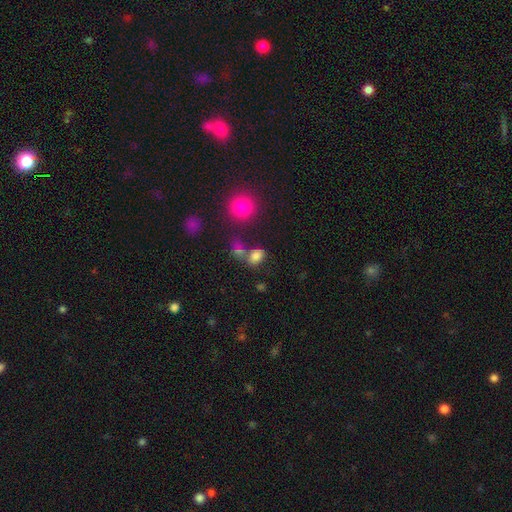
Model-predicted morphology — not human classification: Overall: smooth (80%). How rounded: in between (76%). Merging: none (52%; merger 27%).